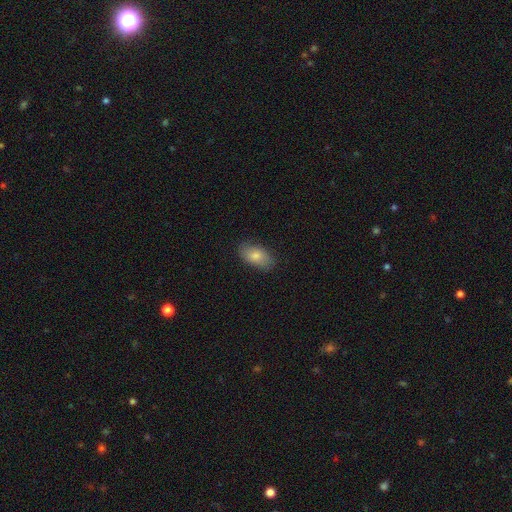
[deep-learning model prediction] This is clearly a smooth galaxy (81%). How rounded: clearly in between (92%). Merging: clearly none (82%).